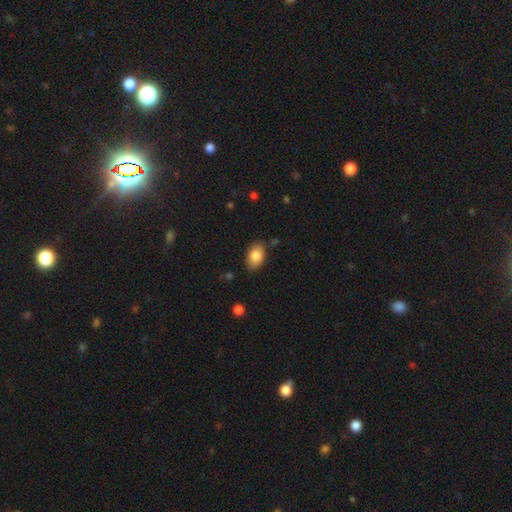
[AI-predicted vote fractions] Morphology: type=smooth (84%); roundness=in between (89%); merging=none (82%).